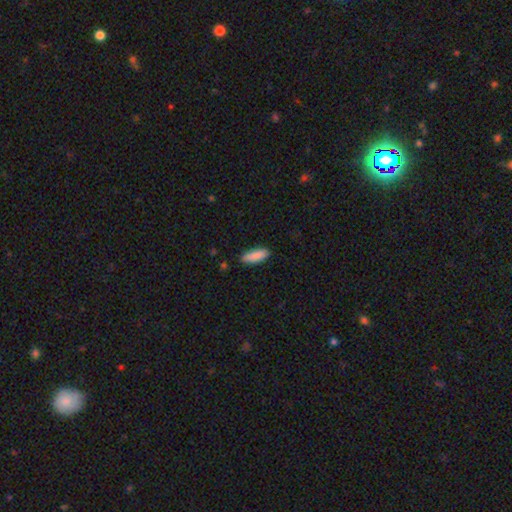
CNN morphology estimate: Smooth or featured? smooth (89%)
How rounded? in between (63%)
Merging? none (87%)